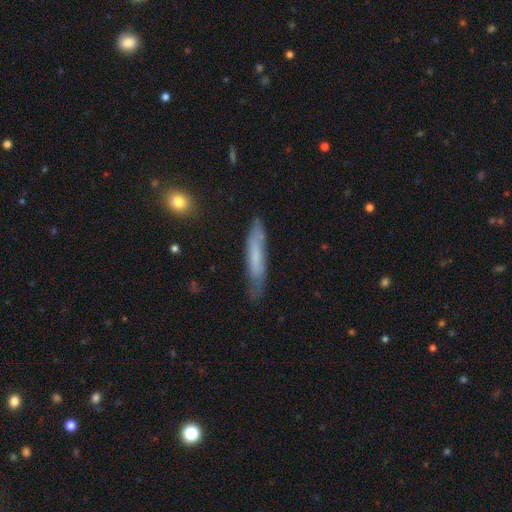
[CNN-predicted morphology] type=smooth (55%); roundness=cigar-shaped (88%); merging=none (71%).